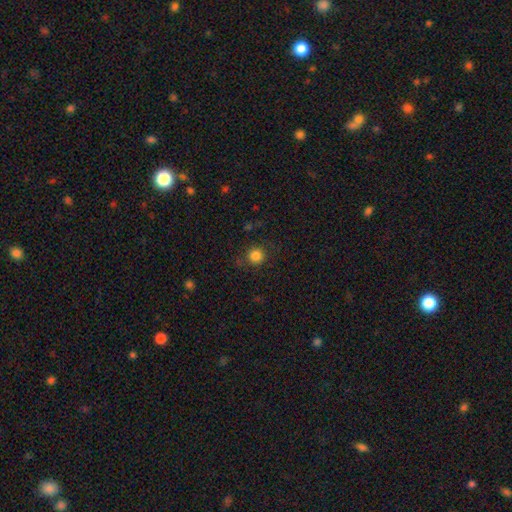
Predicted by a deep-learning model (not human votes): Smooth or featured?
  - smooth: 83% *
  - star or artifact: 12%
  - featured or disk: 5%
How rounded?
  - round: 93% *
  - in between: 6%
  - cigar-shaped: 1%
Merging?
  - none: 85% *
  - minor disturbance: 10%
  - major disturbance: 4%
  - merger: 1%